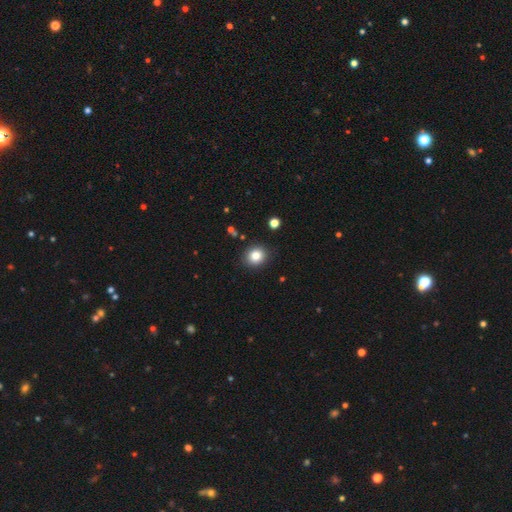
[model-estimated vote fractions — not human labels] Smooth or featured? Predicted: smooth (p=0.82). How rounded? Predicted: round (p=0.78). Merging? Predicted: none (p=0.88).